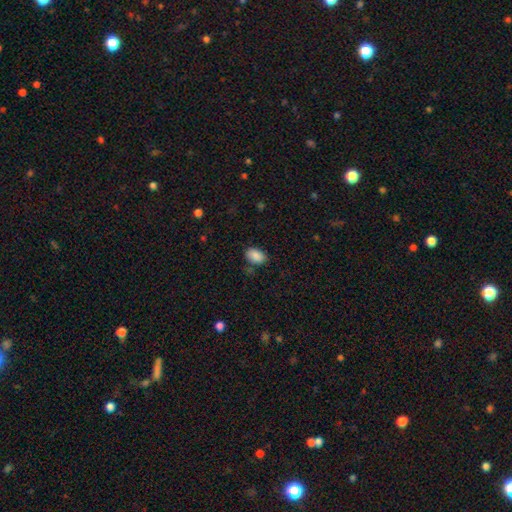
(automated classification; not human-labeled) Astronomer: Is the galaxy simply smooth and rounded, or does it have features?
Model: smooth — 88%.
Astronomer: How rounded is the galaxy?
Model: in between — 89%.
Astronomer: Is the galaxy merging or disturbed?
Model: none — 80%.